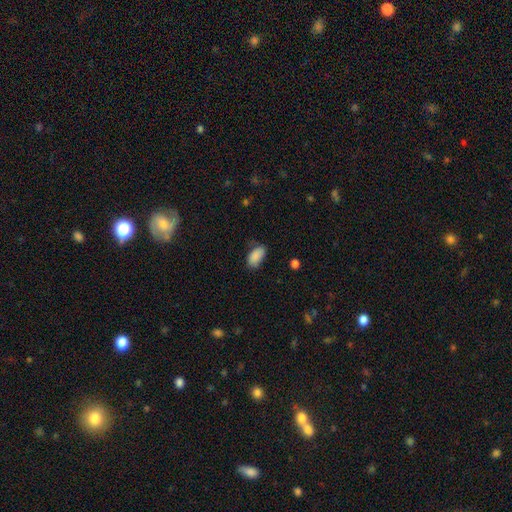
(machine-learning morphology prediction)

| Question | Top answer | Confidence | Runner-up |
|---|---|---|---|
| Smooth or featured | smooth | 88% | star or artifact (7%) |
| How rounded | in between | 94% | round (4%) |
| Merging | none | 64% | minor disturbance (27%) |